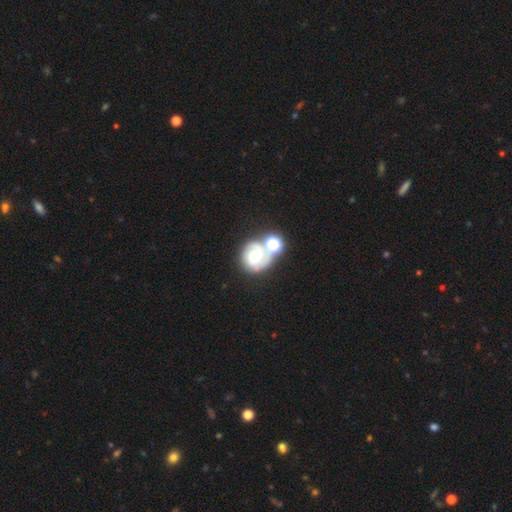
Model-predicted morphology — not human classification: Smooth or featured?
  - featured or disk: 53% *
  - smooth: 34%
  - star or artifact: 13%
Edge-on disk?
  - no: 97% *
  - yes: 3%
Bar?
  - no: 77% *
  - weak: 18%
  - strong: 5%
Spiral arms?
  - yes: 72% *
  - no: 28%
Bulge size?
  - moderate: 31% *
  - small: 23%
  - large: 21%
  - none: 16%
  - dominant: 9%
Merging?
  - merger: 37% *
  - none: 35%
  - minor disturbance: 15%
  - major disturbance: 12%